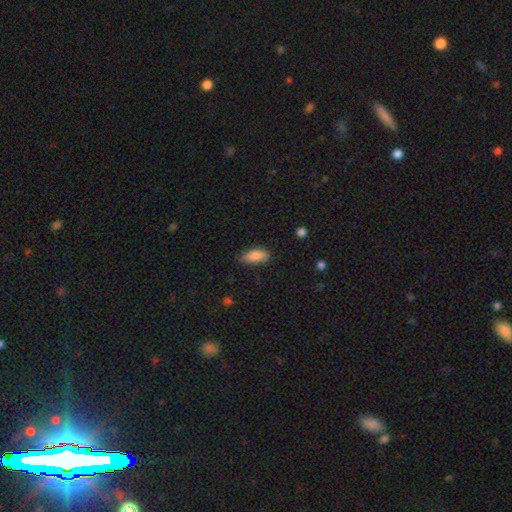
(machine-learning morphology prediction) Smooth or featured: smooth — 85% (featured or disk — 8%)
How rounded: in between — 83% (cigar-shaped — 14%)
Merging: none — 64% (minor disturbance — 28%)